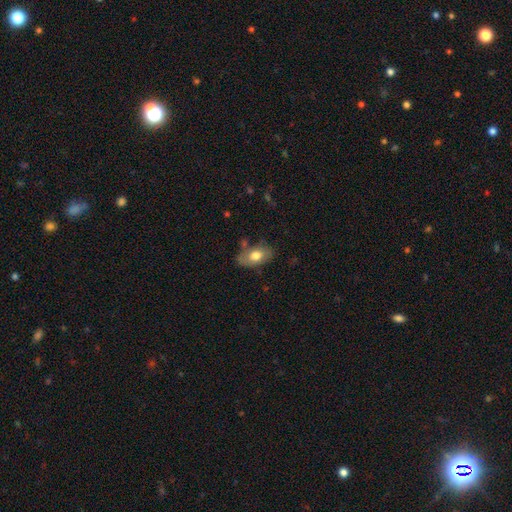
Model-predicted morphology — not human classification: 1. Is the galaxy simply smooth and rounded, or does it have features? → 73% smooth, 20% featured or disk, 7% star or artifact.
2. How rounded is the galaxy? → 90% in between, 8% round, 2% cigar-shaped.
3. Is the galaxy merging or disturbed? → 69% none, 21% minor disturbance, 5% merger, 5% major disturbance.